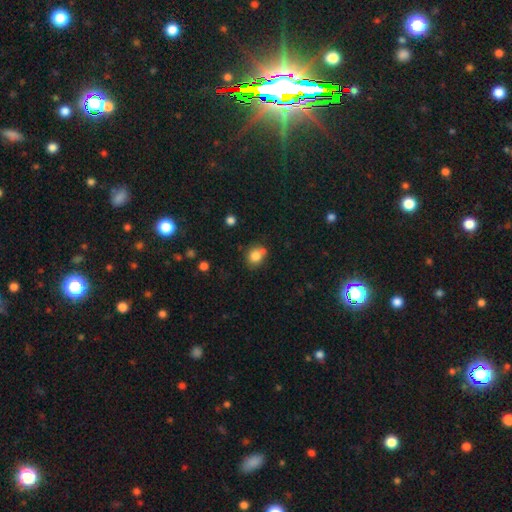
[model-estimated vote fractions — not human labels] Overall: smooth (80%). How rounded: round (69%; in between 30%). Merging: none (56%; merger 19%).